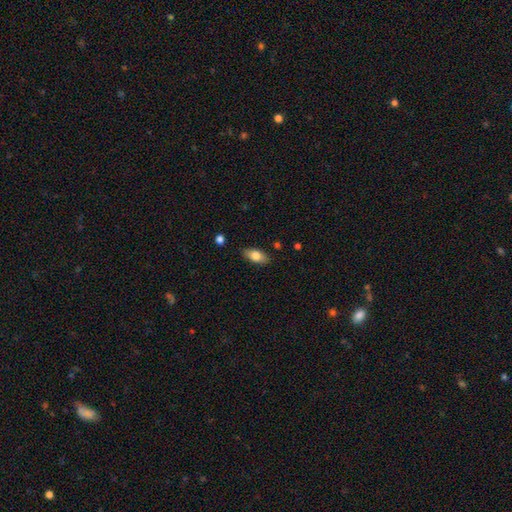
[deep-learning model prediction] This is likely a smooth galaxy (77%). How rounded: clearly in between (88%). Merging: clearly none (85%).